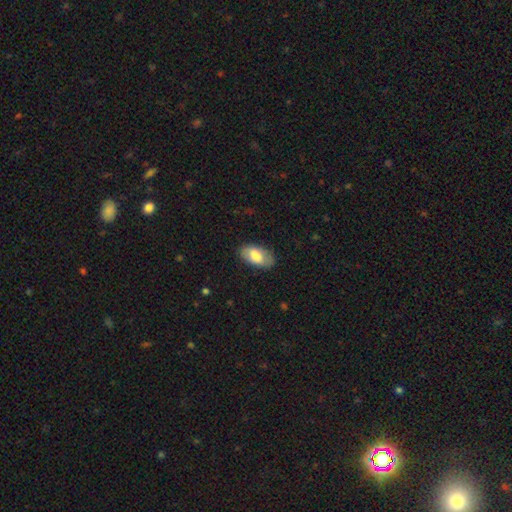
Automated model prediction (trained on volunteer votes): The model was most divided on "smooth or featured": smooth: 75%, featured or disk: 20%, star or artifact: 6%. More confident: how rounded — in between (94%); merging — none (83%).